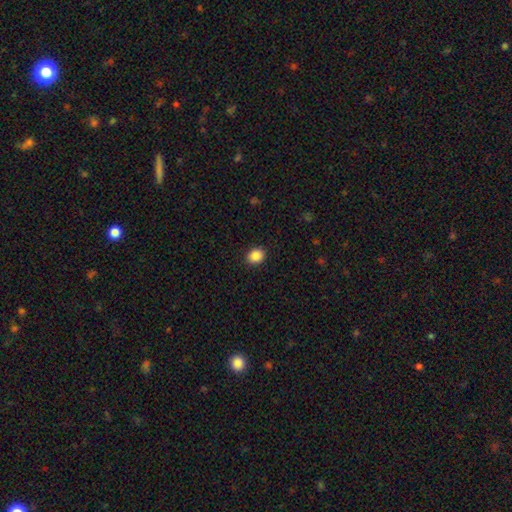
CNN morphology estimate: Smooth or featured? smooth (88%)
How rounded? round (59%)
Merging? none (91%)